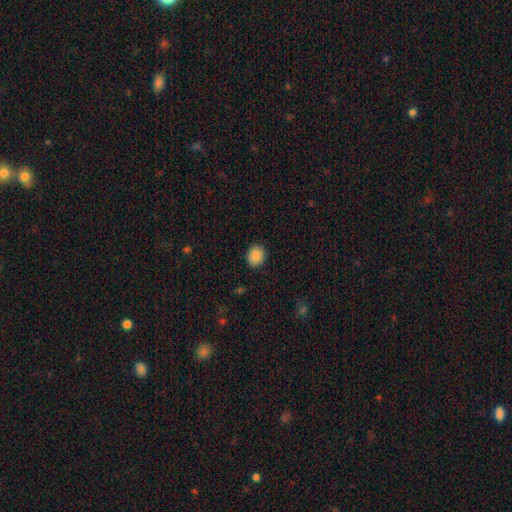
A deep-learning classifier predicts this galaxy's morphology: Smooth or featured? smooth (89%)
How rounded? round (75%)
Merging? none (90%)